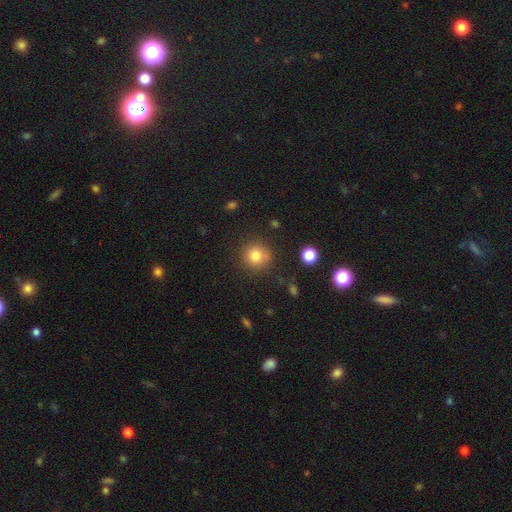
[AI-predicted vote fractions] smooth_or_featured: smooth (p=0.81) [alt: star or artifact p=0.11]
how_rounded: round (p=0.92) [alt: in between p=0.07]
merging: none (p=0.83) [alt: minor disturbance p=0.10]